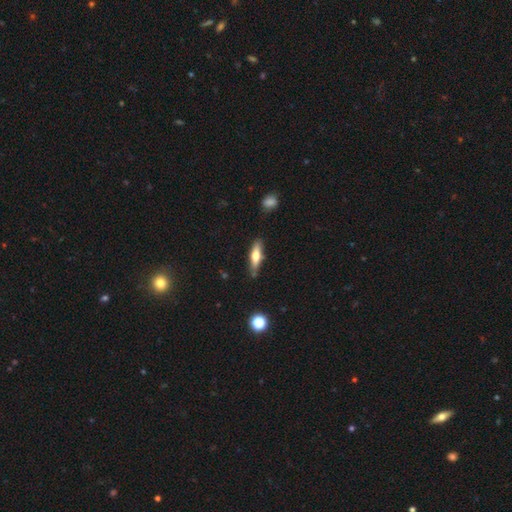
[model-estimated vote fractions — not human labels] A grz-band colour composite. It shows a smooth galaxy with no disk features (53%) that is cigar-shaped (66%). Merging: none (80%).